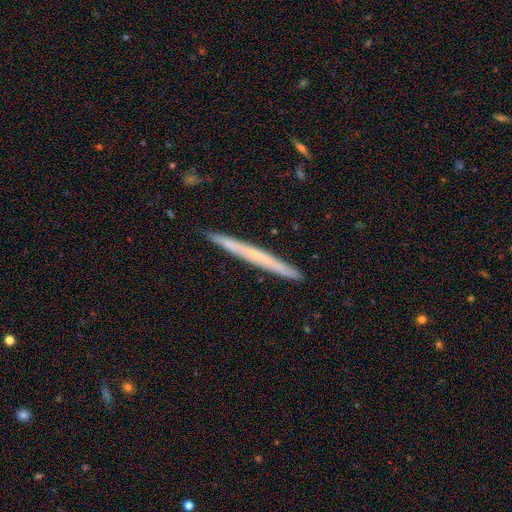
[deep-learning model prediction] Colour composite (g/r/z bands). It shows a featured or disk galaxy (52%) viewed edge-on (97%) with no central bulge (77%). Merging: none (92%).